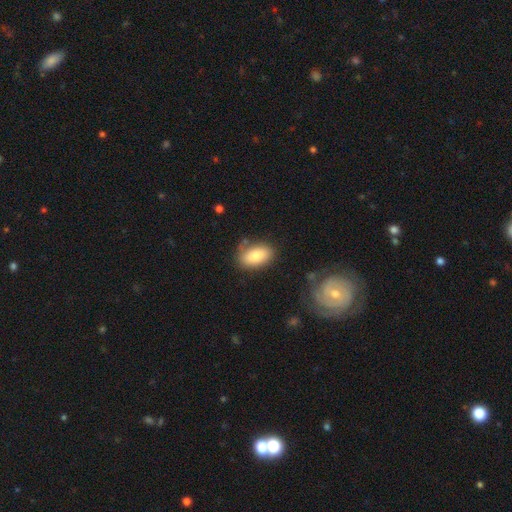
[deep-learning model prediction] Morphology: type=smooth (80%); roundness=in between (91%); merging=none (72%).